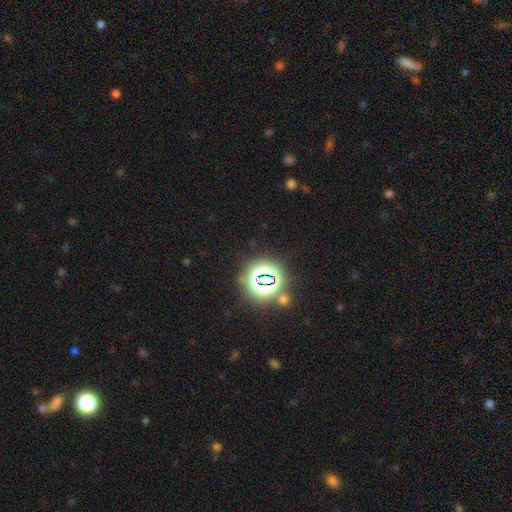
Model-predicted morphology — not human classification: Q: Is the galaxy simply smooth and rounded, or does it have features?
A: star or artifact — 80%.